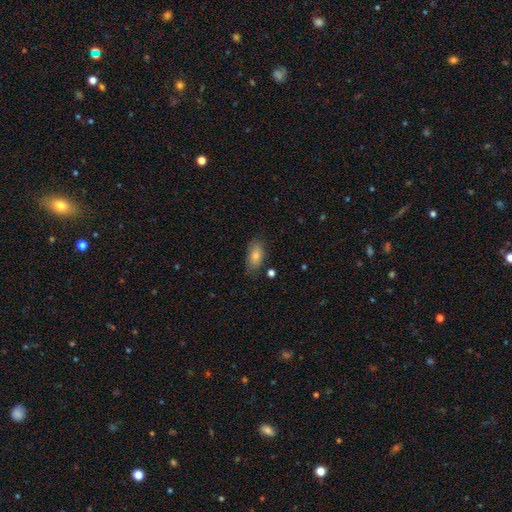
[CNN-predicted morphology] Smooth or featured?
  - smooth: 79% *
  - featured or disk: 13%
  - star or artifact: 7%
How rounded?
  - in between: 89% *
  - cigar-shaped: 6%
  - round: 5%
Merging?
  - none: 74% *
  - minor disturbance: 19%
  - major disturbance: 4%
  - merger: 3%